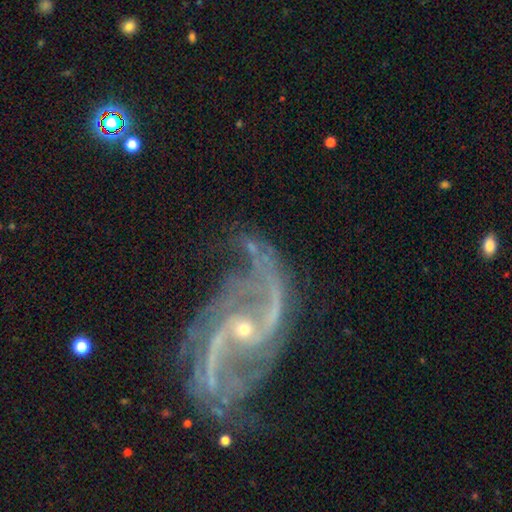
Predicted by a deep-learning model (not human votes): Q: Smooth or featured?
A: featured or disk (91%); runner-up: star or artifact (7%)
Q: Edge-on disk?
A: no (98%); runner-up: yes (2%)
Q: Bar?
A: no (51%); runner-up: weak (31%)
Q: Spiral arms?
A: yes (98%); runner-up: no (2%)
Q: Spiral winding?
A: loose (51%); runner-up: medium (38%)
Q: Spiral arm count?
A: 2 (77%); runner-up: 3 (7%)
Q: Bulge size?
A: small (84%); runner-up: moderate (12%)
Q: Merging?
A: none (55%); runner-up: minor disturbance (20%)